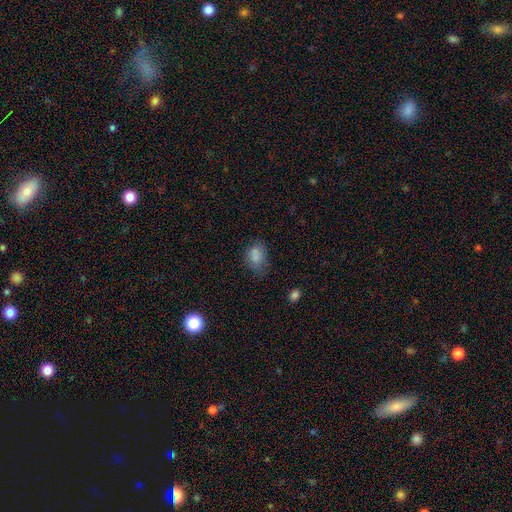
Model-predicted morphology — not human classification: The model was most divided on "merging": none: 55%, minor disturbance: 27%, major disturbance: 10%, merger: 8%. More confident: smooth or featured — smooth (78%); how rounded — in between (71%).